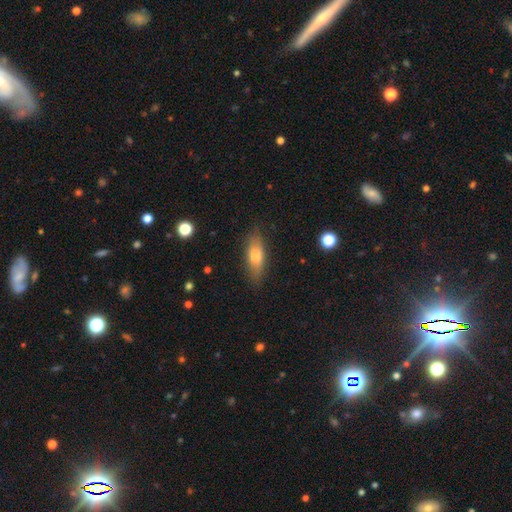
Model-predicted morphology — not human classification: This is likely a smooth galaxy (68%). How rounded: possibly in between (59%). Merging: clearly none (83%).